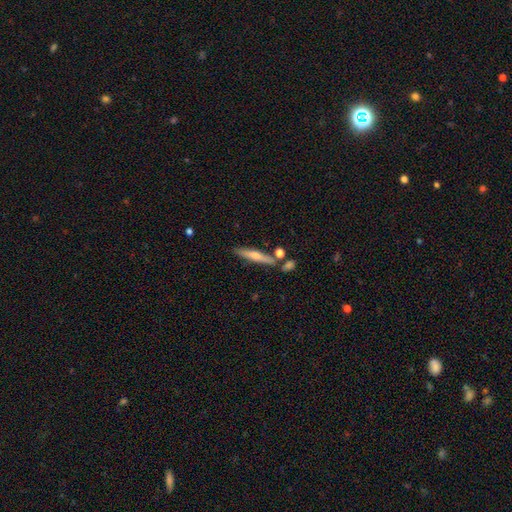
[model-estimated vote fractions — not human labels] Smooth or featured? smooth (58%)
How rounded? cigar-shaped (89%)
Merging? none (74%)